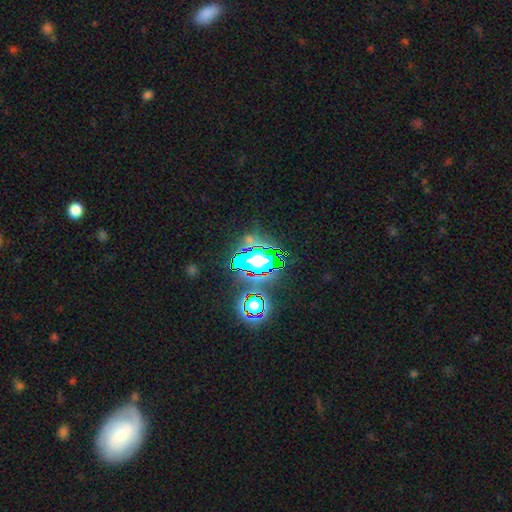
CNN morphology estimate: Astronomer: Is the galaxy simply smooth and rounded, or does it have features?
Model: star or artifact — 79%.